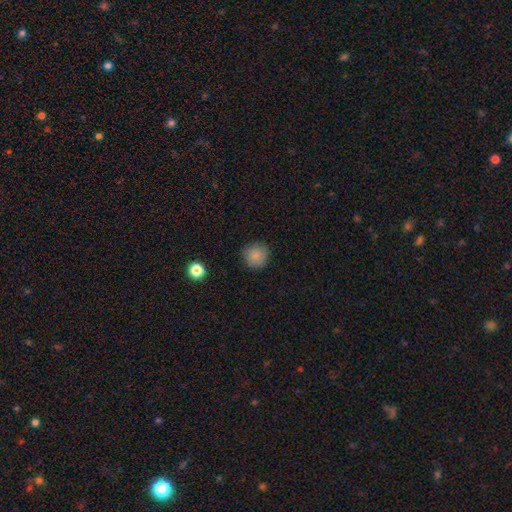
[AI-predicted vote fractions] smooth 85%, star or artifact 10%, featured or disk 4%. Down the decision tree: how rounded — round (94%); merging — none (89%).